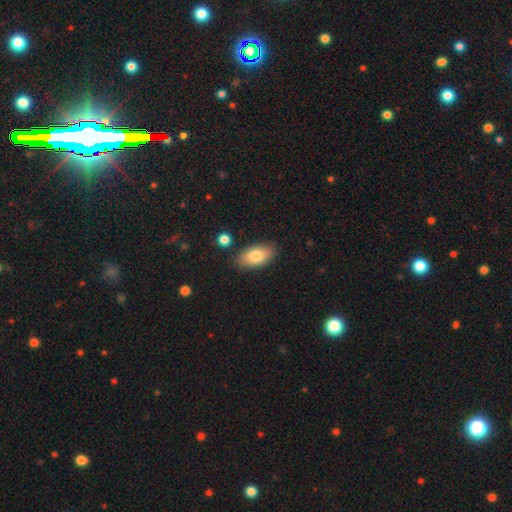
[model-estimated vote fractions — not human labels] Smooth or featured? smooth (80%)
How rounded? in between (93%)
Merging? none (84%)